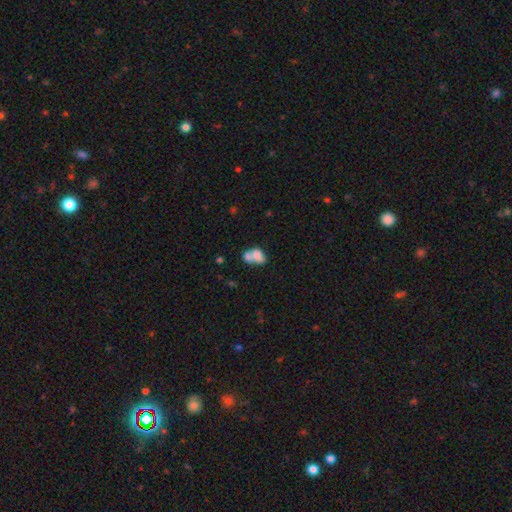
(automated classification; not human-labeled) Overall: smooth (72%). How rounded: in between (80%). Merging: merger (66%).